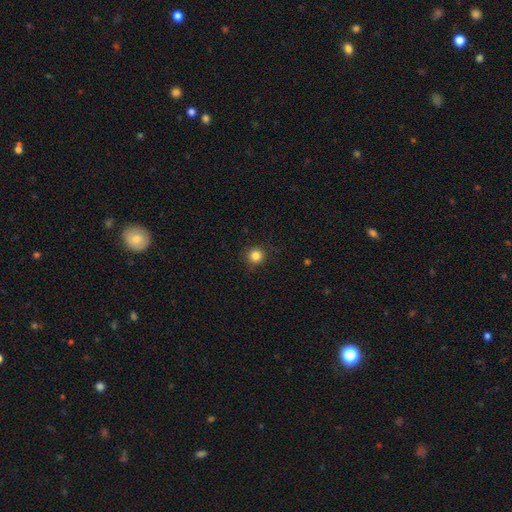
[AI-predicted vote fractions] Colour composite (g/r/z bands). It shows a smooth galaxy with no disk features (83%) that is round (95%). Merging: none (90%).